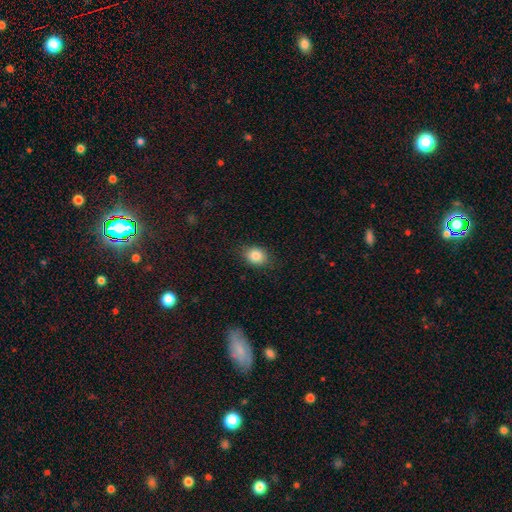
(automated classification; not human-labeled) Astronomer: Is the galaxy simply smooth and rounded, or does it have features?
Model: smooth — 84%.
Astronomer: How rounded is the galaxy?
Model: in between — 54% (runner-up: round, 45%).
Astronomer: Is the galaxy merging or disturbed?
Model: none — 83%.